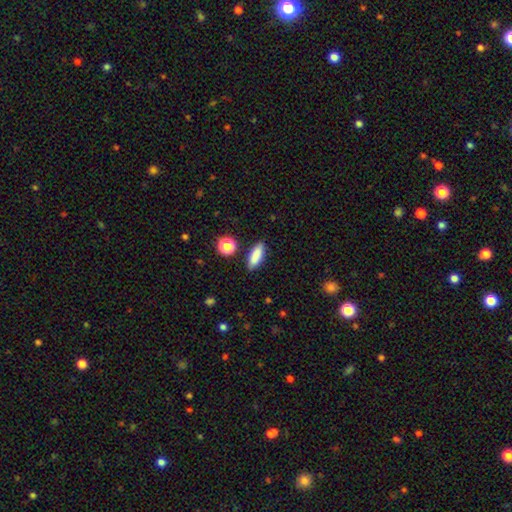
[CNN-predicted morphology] Q: Smooth or featured?
A: smooth (85%); runner-up: star or artifact (8%)
Q: How rounded?
A: in between (61%); runner-up: cigar-shaped (35%)
Q: Merging?
A: none (86%); runner-up: minor disturbance (9%)